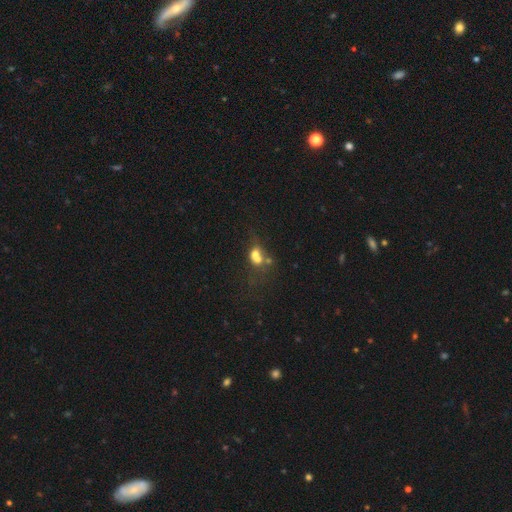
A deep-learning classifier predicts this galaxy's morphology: smooth 60%, featured or disk 26%, star or artifact 14%. Down the decision tree: how rounded — round (49%, tied with in between); merging — merger (60%).